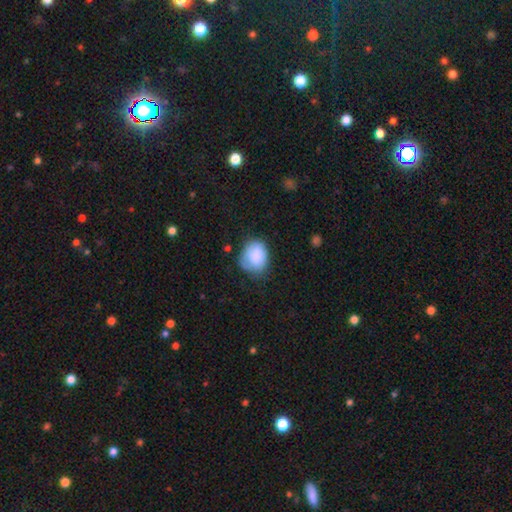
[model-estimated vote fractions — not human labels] smooth_or_featured: smooth (p=0.81) [alt: featured or disk p=0.11]
how_rounded: in between (p=0.50) [alt: round p=0.49]
merging: none (p=0.54) [alt: minor disturbance p=0.31]